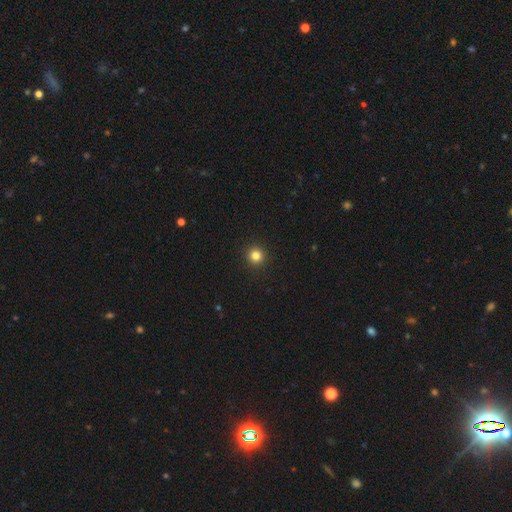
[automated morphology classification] A smooth galaxy with no disk features (82%) that is round (95%). Merging: none (93%).